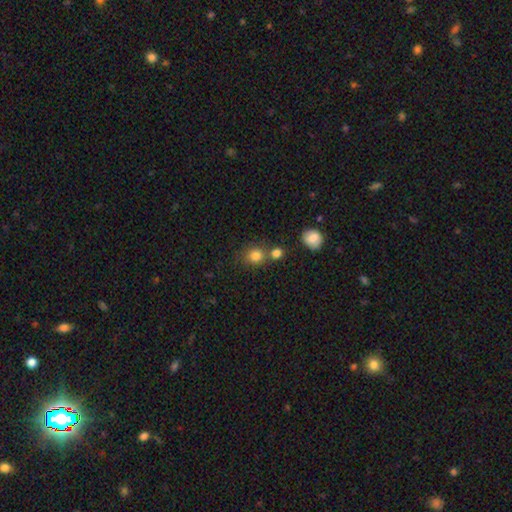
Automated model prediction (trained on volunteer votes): Smooth or featured? Predicted: smooth (p=0.81). How rounded? Predicted: round (p=0.79). Merging? Predicted: none (p=0.63).